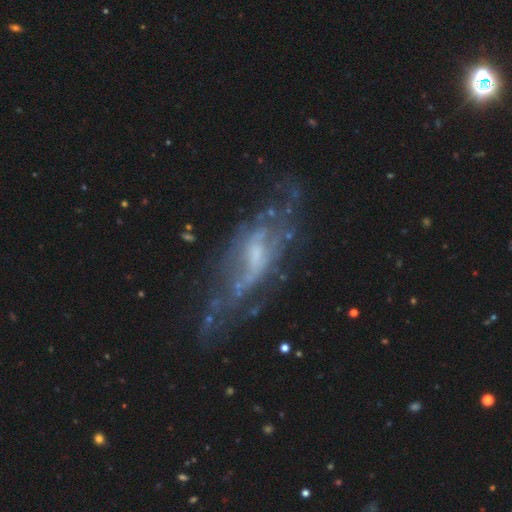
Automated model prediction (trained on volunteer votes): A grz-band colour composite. It shows a featured or disk galaxy (75%) with a weak bar (43%), spiral arms (64%) and a small central bulge (46%). Merging: none (50%).